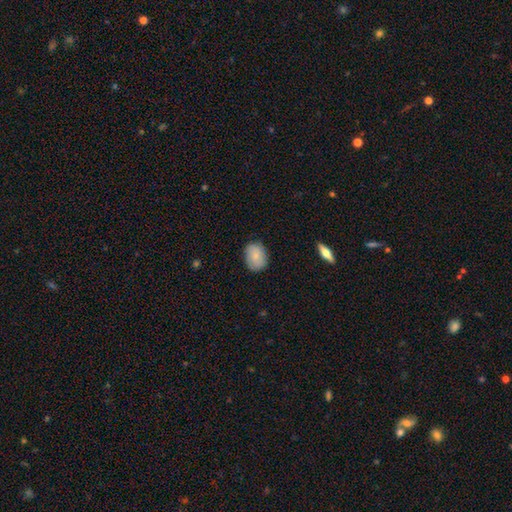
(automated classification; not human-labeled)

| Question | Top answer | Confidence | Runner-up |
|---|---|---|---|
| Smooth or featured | smooth | 80% | featured or disk (13%) |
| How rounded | in between | 65% | round (33%) |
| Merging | none | 81% | minor disturbance (15%) |